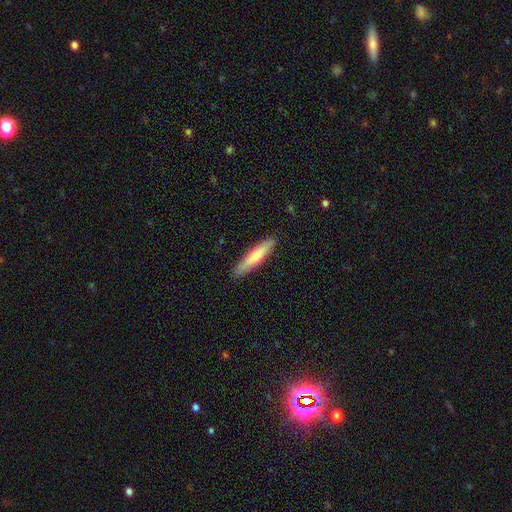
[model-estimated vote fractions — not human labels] Smooth or featured? Predicted: smooth (p=0.67). How rounded? Predicted: cigar-shaped (p=0.88). Merging? Predicted: none (p=0.90).